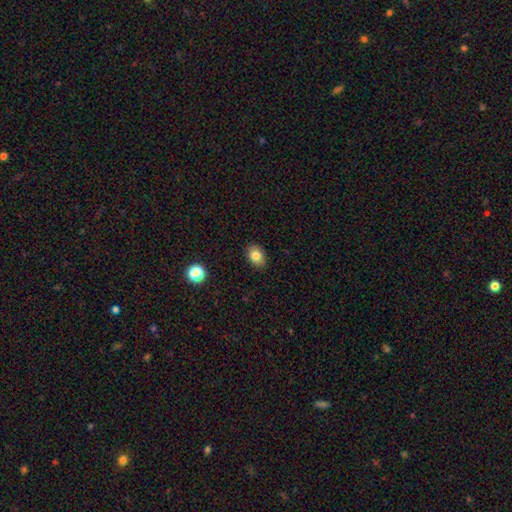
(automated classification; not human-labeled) Overall: smooth (82%). How rounded: in between (73%). Merging: none (88%).